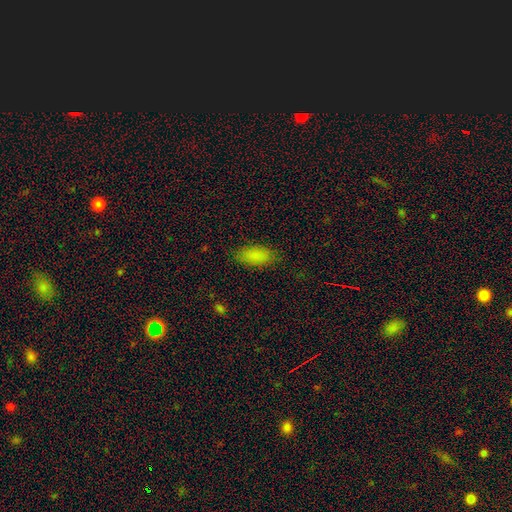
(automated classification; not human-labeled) Smooth or featured: smooth — 86% (star or artifact — 9%)
How rounded: in between — 91% (cigar-shaped — 6%)
Merging: none — 84% (minor disturbance — 12%)